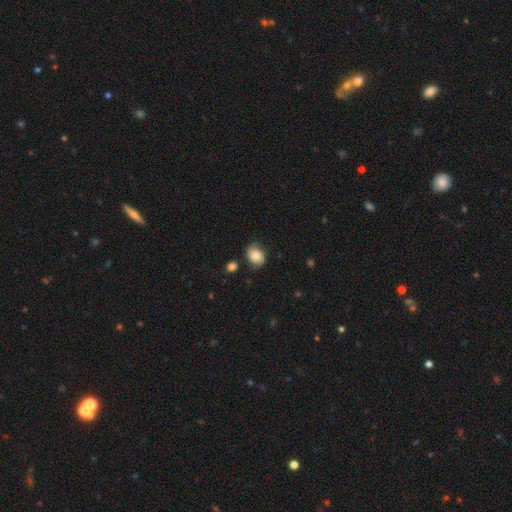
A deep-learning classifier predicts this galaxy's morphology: Smooth or featured?
  - smooth: 58% *
  - featured or disk: 32%
  - star or artifact: 9%
How rounded?
  - in between: 57% *
  - round: 42%
  - cigar-shaped: 1%
Merging?
  - none: 67% *
  - minor disturbance: 23%
  - major disturbance: 7%
  - merger: 3%